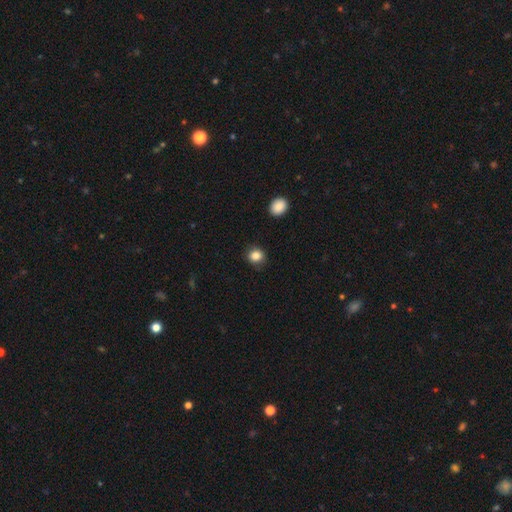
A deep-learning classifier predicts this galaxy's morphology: Smooth or featured?
  - smooth: 85% *
  - star or artifact: 11%
  - featured or disk: 4%
How rounded?
  - round: 82% *
  - in between: 17%
  - cigar-shaped: 1%
Merging?
  - none: 86% *
  - minor disturbance: 10%
  - major disturbance: 2%
  - merger: 1%